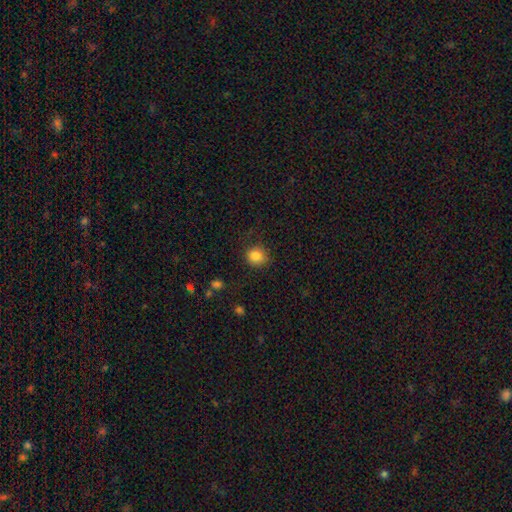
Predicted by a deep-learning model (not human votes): Smooth or featured? Predicted: smooth (p=0.84). How rounded? Predicted: round (p=0.86). Merging? Predicted: none (p=0.84).